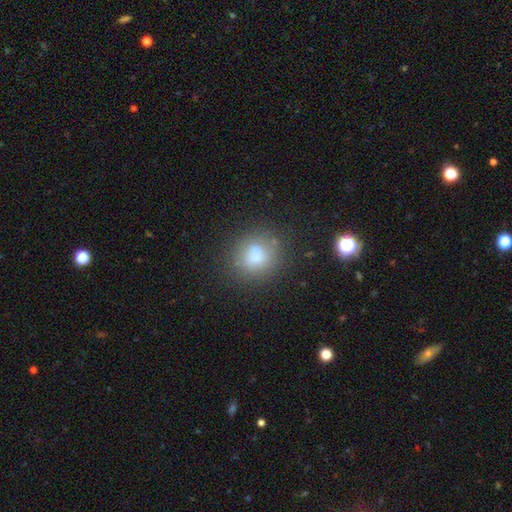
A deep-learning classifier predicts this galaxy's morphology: Overall: smooth (68%). How rounded: round (79%). Merging: none (64%).